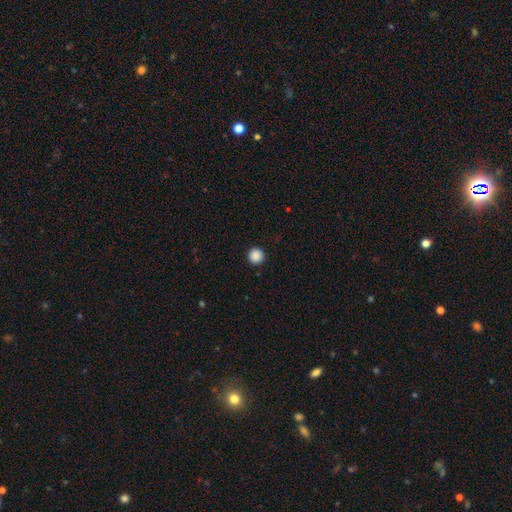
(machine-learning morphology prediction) smooth 89%, star or artifact 9%, featured or disk 2%. Down the decision tree: how rounded — round (96%); merging — none (94%).